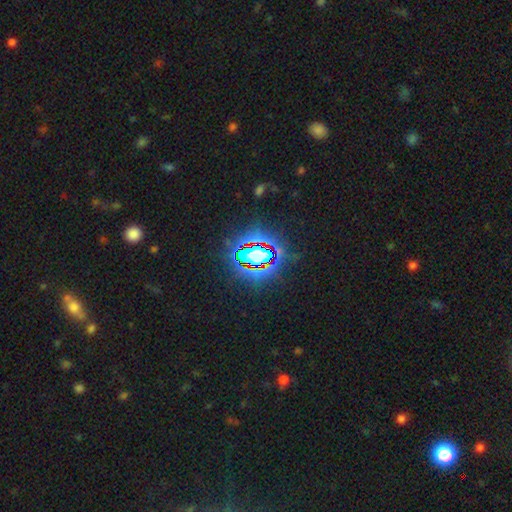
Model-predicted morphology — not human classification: star or artifact 74%, smooth 16%, featured or disk 10%.